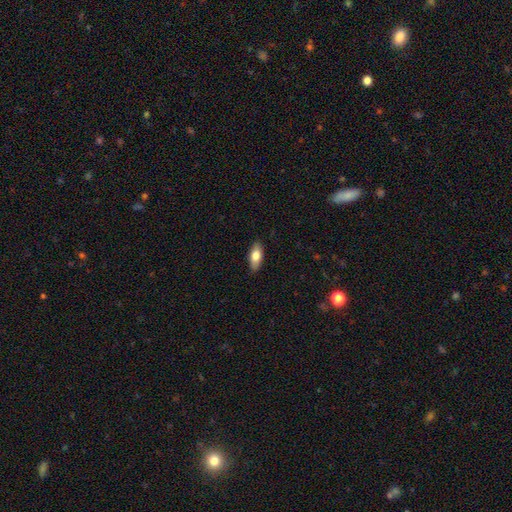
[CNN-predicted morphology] Q: Smooth or featured?
A: smooth (76%); runner-up: featured or disk (17%)
Q: How rounded?
A: in between (84%); runner-up: cigar-shaped (13%)
Q: Merging?
A: none (88%); runner-up: minor disturbance (10%)